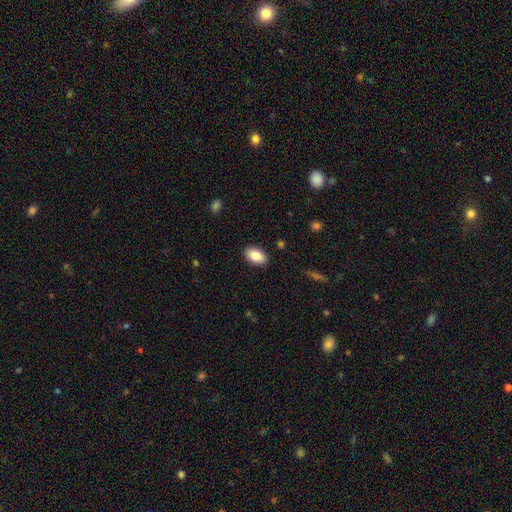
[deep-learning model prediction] This is clearly a smooth galaxy (85%). How rounded: clearly in between (91%). Merging: clearly none (89%).